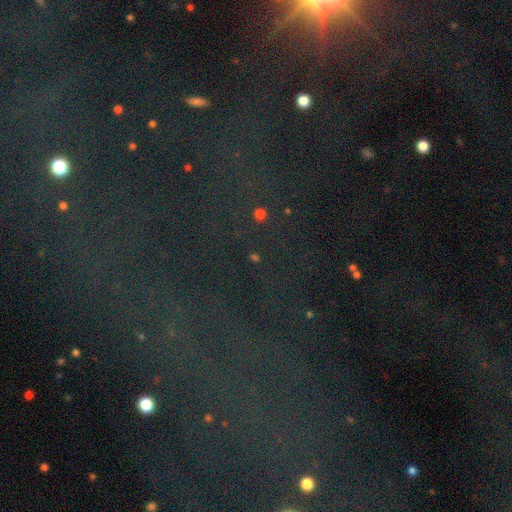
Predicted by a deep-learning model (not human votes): A star or artifact, not a galaxy (77%).

Vote fractions:
- Smooth or featured? star or artifact: 77% / smooth: 13% / featured or disk: 10%